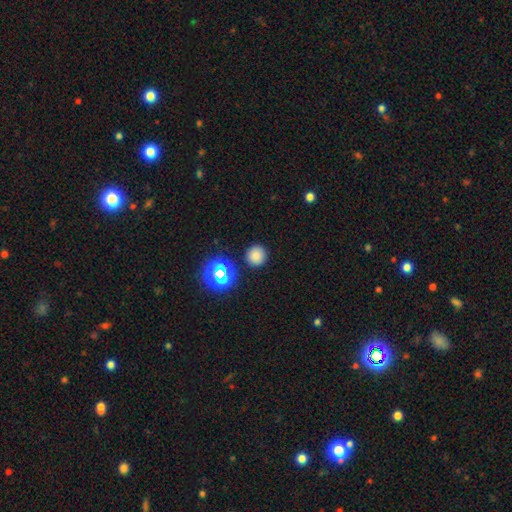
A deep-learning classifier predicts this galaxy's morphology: This appears to be a smooth galaxy with no disk features (78%) that is round (93%). Merging: none (90%).